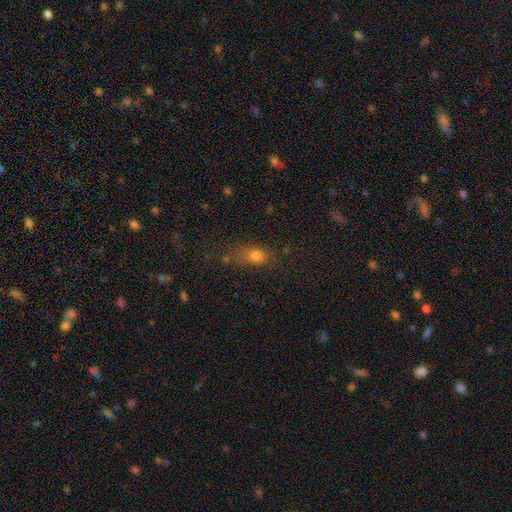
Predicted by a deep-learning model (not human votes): smooth 73%, star or artifact 16%, featured or disk 11%. Down the decision tree: how rounded — in between (58%); merging — none (57%).